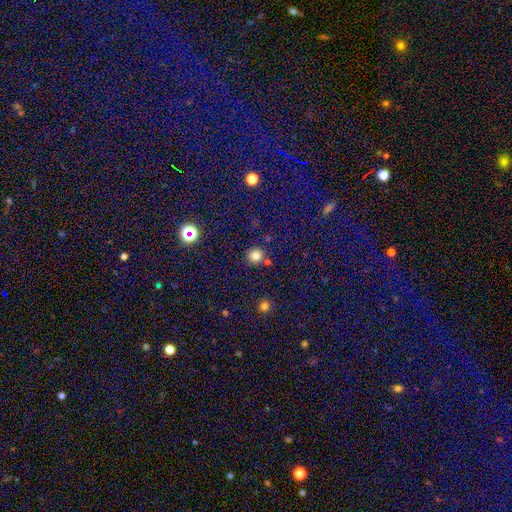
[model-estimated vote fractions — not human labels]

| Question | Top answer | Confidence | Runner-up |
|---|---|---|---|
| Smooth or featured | smooth | 78% | star or artifact (16%) |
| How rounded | round | 91% | in between (8%) |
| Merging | none | 80% | merger (9%) |